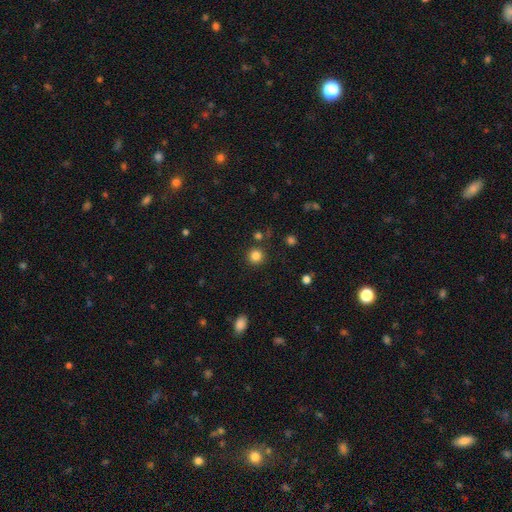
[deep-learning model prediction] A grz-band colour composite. It shows a smooth galaxy with no disk features (84%) that is round (94%). Merging: none (87%).